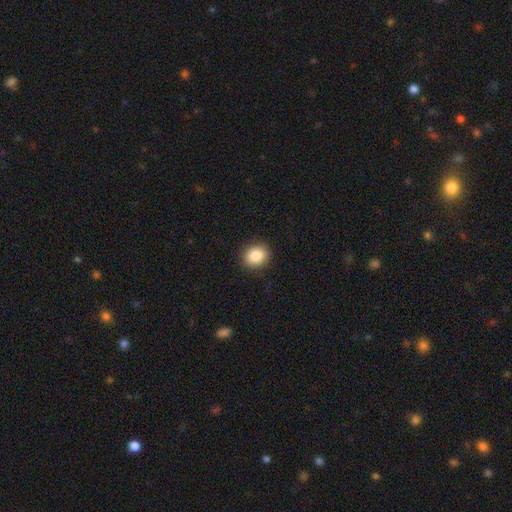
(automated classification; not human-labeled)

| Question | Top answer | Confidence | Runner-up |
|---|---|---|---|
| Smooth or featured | smooth | 87% | star or artifact (9%) |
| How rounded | round | 68% | in between (31%) |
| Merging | none | 90% | minor disturbance (7%) |